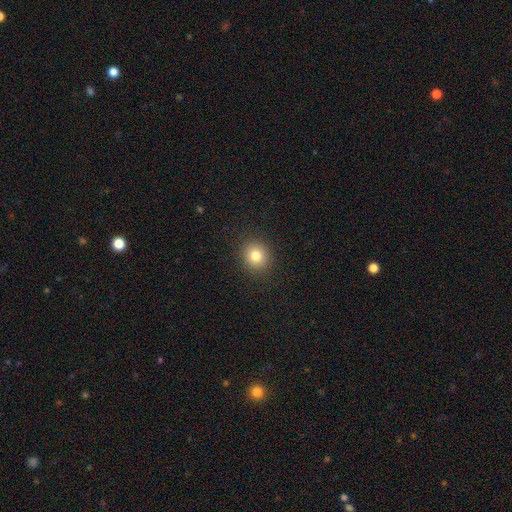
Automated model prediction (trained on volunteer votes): A smooth galaxy with no disk features (80%) that is round (81%). Merging: none (90%).